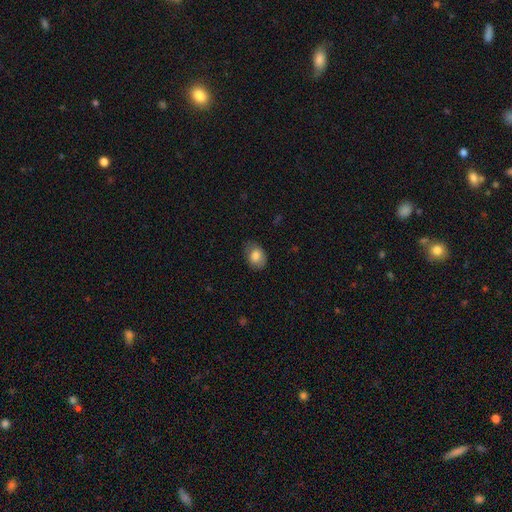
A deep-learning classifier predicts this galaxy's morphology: smooth 79%, featured or disk 13%, star or artifact 8%. Down the decision tree: how rounded — in between (73%); merging — none (74%).